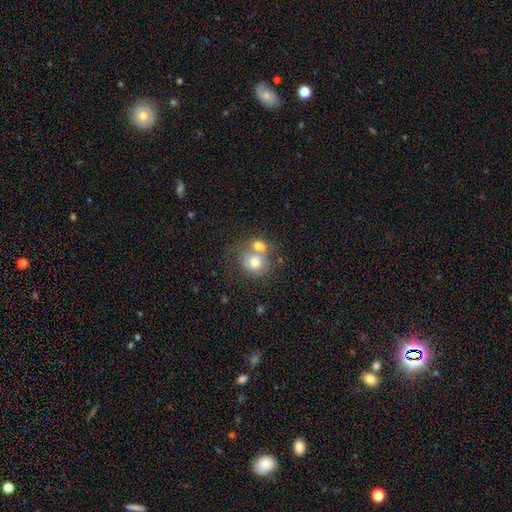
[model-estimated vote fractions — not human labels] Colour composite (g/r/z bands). It shows a smooth galaxy with no disk features (68%) that is round (78%). Merging: merger (49%).